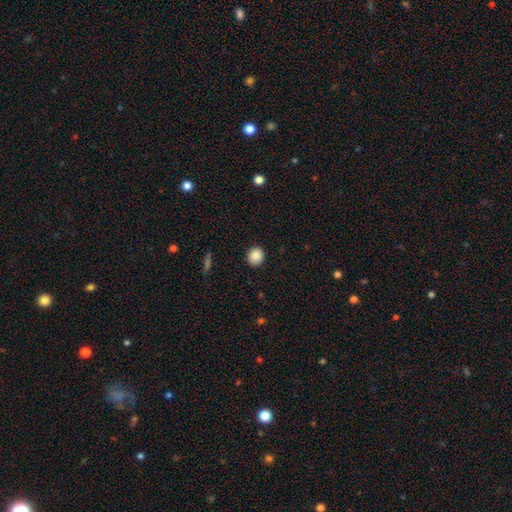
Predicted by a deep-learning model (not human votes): This appears to be a smooth galaxy with no disk features (88%) that is round (85%). Merging: none (90%).